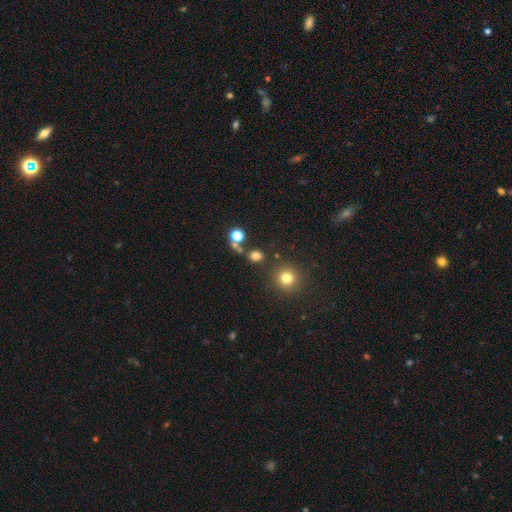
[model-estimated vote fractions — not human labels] smooth_or_featured: smooth (p=0.75) [alt: star or artifact p=0.19]
how_rounded: round (p=0.72) [alt: in between p=0.26]
merging: none (p=0.71) [alt: merger p=0.15]